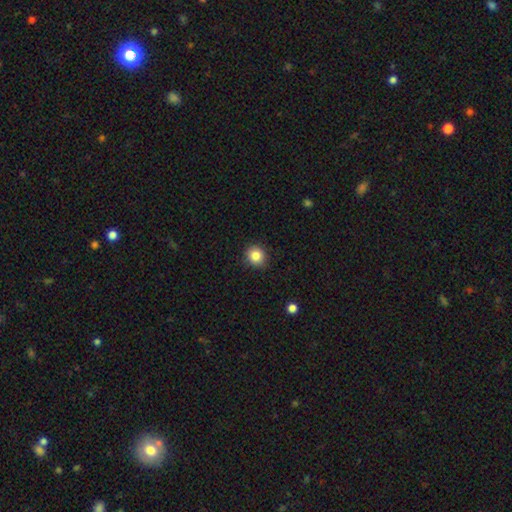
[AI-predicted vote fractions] smooth-or-featured: smooth: 85% | star or artifact: 10% | featured or disk: 6%
  how-rounded: round: 84% | in between: 15% | cigar-shaped: 1%
  merging: none: 90% | minor disturbance: 7% | major disturbance: 2% | merger: 1%